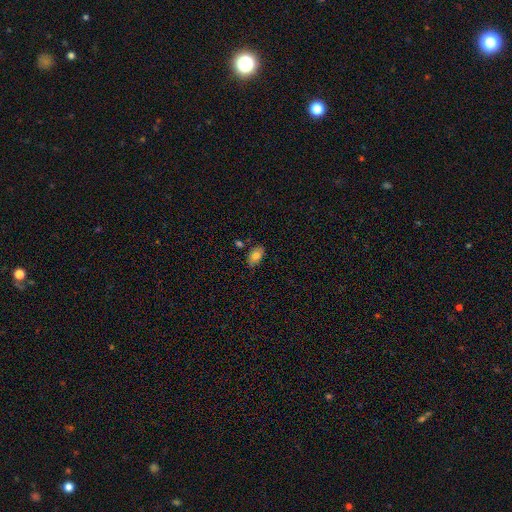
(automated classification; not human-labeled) Q: Smooth or featured?
A: smooth (78%); runner-up: featured or disk (13%)
Q: How rounded?
A: in between (90%); runner-up: round (8%)
Q: Merging?
A: none (76%); runner-up: minor disturbance (17%)